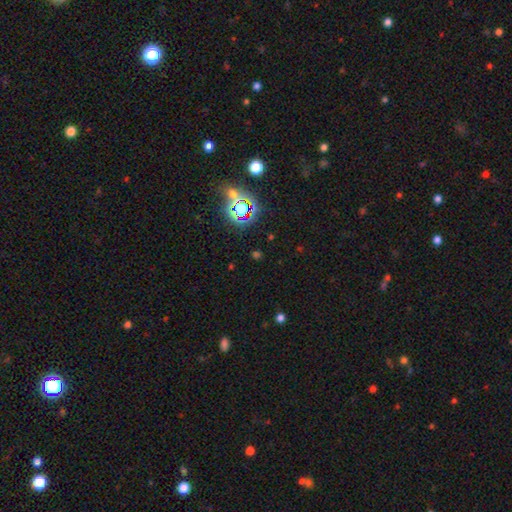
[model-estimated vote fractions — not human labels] Q: Smooth or featured?
A: star or artifact (71%); runner-up: smooth (20%)